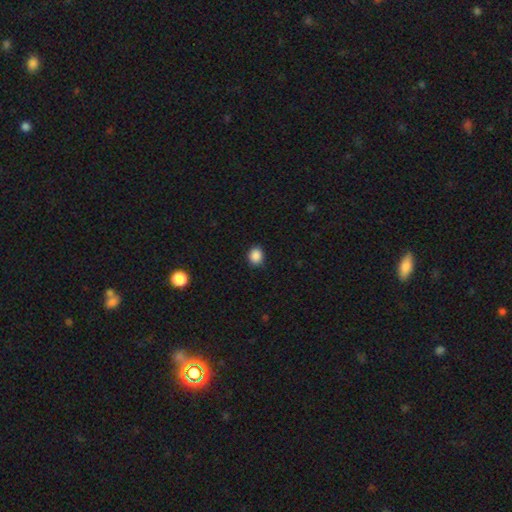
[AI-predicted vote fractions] Smooth or featured? Predicted: smooth (p=0.88). How rounded? Predicted: round (p=0.64). Merging? Predicted: none (p=0.86).